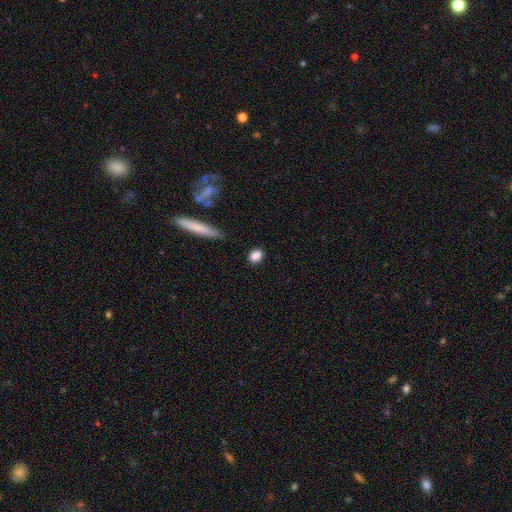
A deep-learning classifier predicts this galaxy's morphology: smooth 86%, star or artifact 9%, featured or disk 5%. Down the decision tree: how rounded — in between (63%); merging — none (84%).